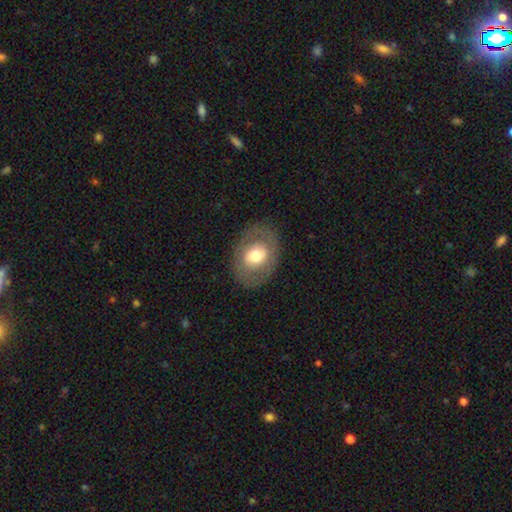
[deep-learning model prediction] This appears to be a smooth galaxy with no disk features (55%) that is in between round and cigar-shaped (61%). Merging: none (81%).